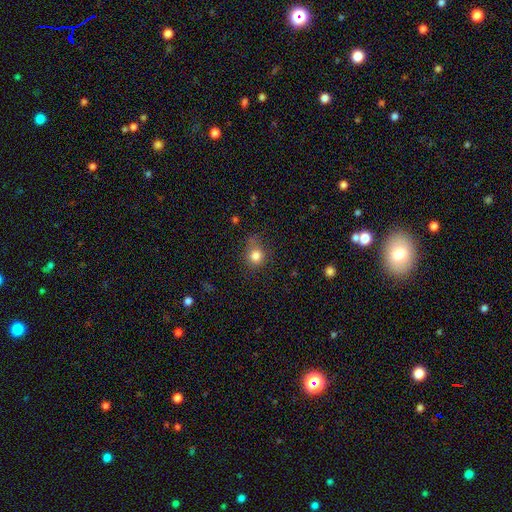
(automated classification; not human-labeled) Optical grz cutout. It shows a smooth galaxy with no disk features (82%) that is round (83%). Merging: none (66%).